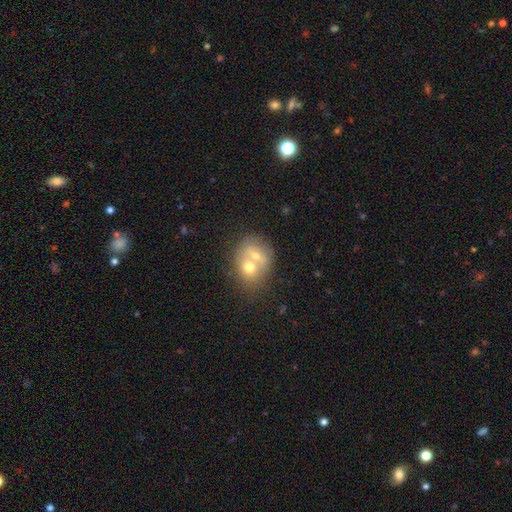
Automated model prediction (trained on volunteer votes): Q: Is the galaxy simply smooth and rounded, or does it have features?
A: smooth — 59%.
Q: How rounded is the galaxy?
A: round — 65%.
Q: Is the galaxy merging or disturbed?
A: merger — 68%.